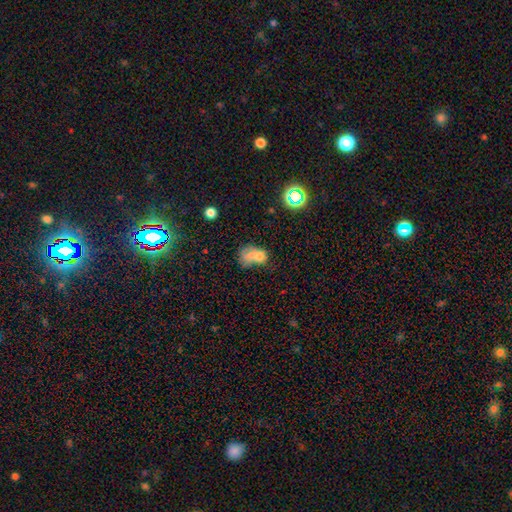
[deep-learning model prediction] Overall: smooth (65%). How rounded: in between (64%; round 34%). Merging: merger (59%).